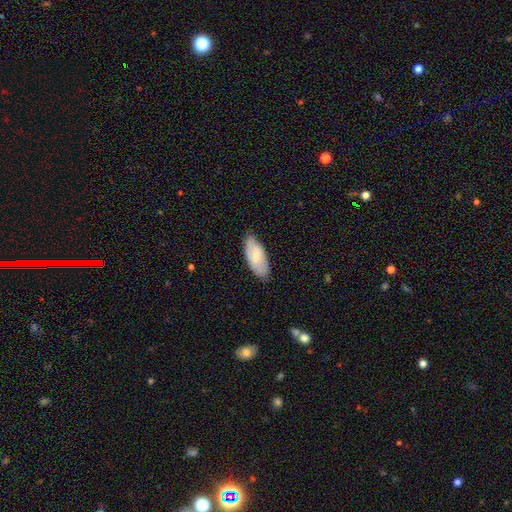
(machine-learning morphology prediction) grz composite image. It shows a smooth galaxy with no disk features (72%) that is in between round and cigar-shaped (88%). Merging: none (79%).